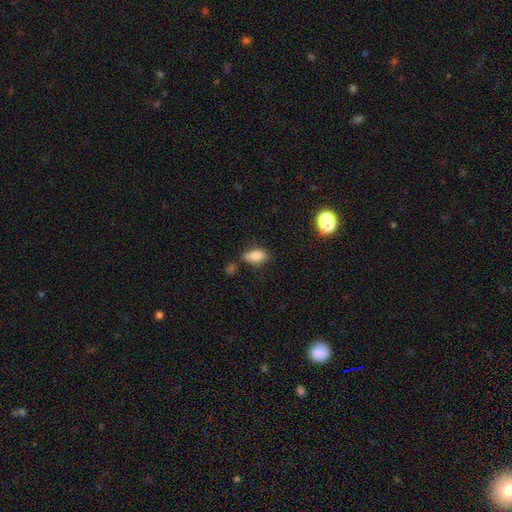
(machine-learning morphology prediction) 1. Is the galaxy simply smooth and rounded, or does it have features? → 83% smooth, 9% star or artifact, 8% featured or disk.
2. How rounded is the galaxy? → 88% in between, 7% cigar-shaped, 5% round.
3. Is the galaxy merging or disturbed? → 73% none, 18% minor disturbance, 5% merger, 4% major disturbance.